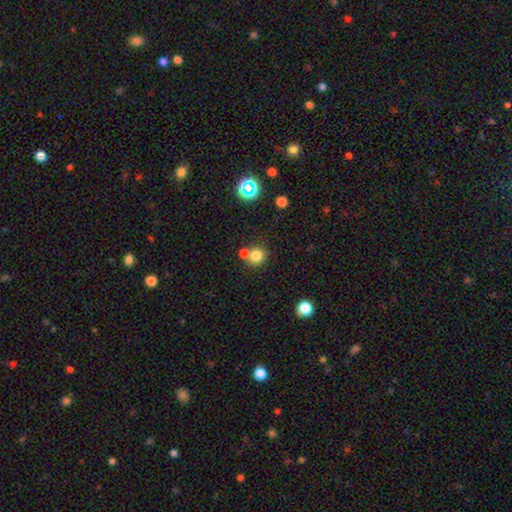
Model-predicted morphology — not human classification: The model was most divided on "merging": none: 60%, merger: 30%, minor disturbance: 8%, major disturbance: 3%. More confident: how rounded — round (90%); smooth or featured — smooth (78%).